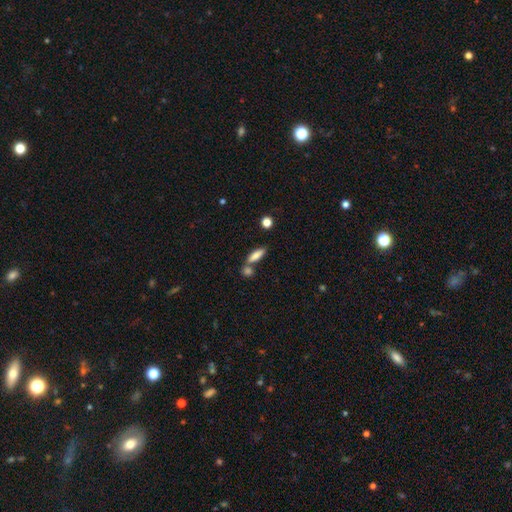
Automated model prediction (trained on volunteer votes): Morphology: type=smooth (80%); roundness=in between (56%); merging=none (56%).